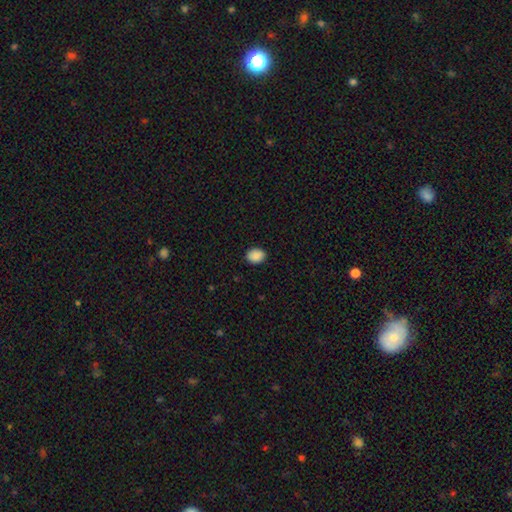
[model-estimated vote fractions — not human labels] Smooth or featured? Predicted: smooth (p=0.90). How rounded? Predicted: in between (p=0.61). Merging? Predicted: none (p=0.89).